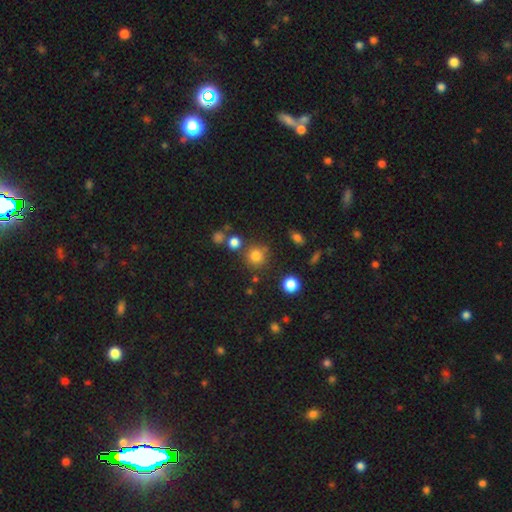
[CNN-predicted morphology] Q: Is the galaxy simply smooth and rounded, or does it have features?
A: smooth — 80%.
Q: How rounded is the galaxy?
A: round — 91%.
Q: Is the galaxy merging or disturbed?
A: none — 77%.